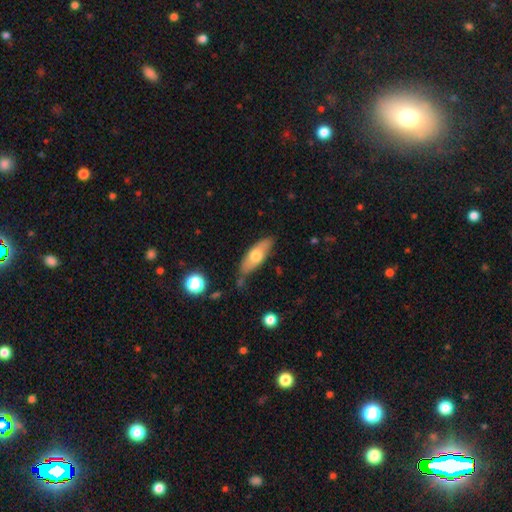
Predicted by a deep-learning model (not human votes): Morphology: type=smooth (61%); roundness=in between (66%); merging=none (73%).